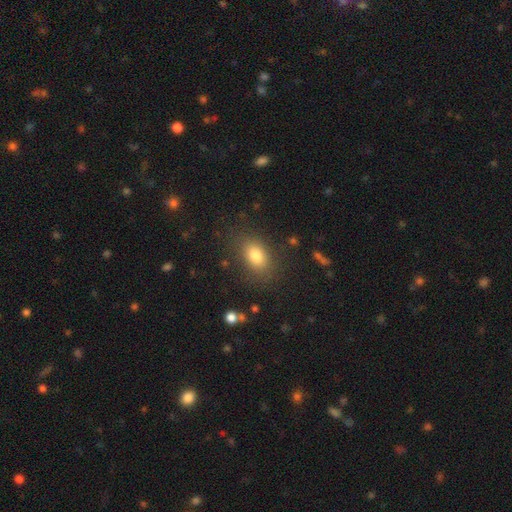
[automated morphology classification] This is clearly a smooth galaxy (80%). How rounded: clearly in between (81%). Merging: clearly none (82%).